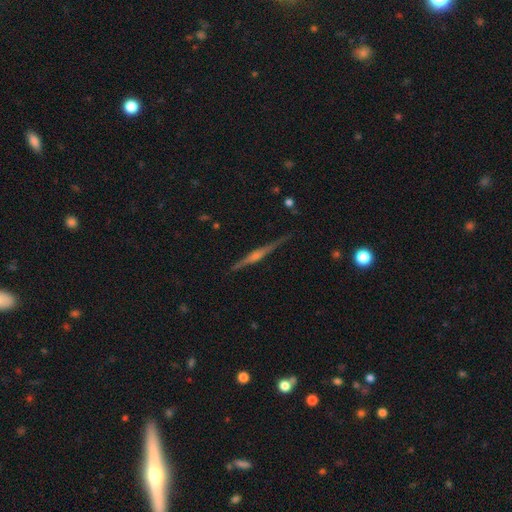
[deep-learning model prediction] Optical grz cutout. It shows a featured or disk galaxy (78%) viewed edge-on (97%) with a rounded central bulge (83%). Merging: none (88%).